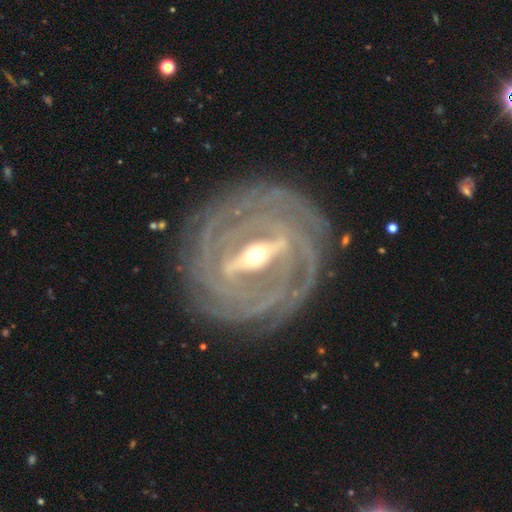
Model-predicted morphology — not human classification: Overall: featured or disk (92%). Edge-on disk: no (90%). Bar: strong (80%). Spiral arms: yes (95%). Spiral arm count: 4 (26%; can't tell 22%). Spiral winding: tight (84%). Bulge size: moderate (55%; small 40%). Merging: none (84%).